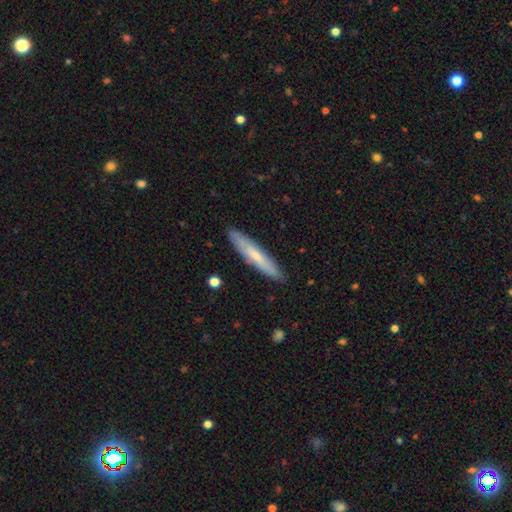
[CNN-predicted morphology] Smooth or featured?
  - smooth: 62% *
  - featured or disk: 32%
  - star or artifact: 6%
How rounded?
  - cigar-shaped: 91% *
  - in between: 7%
  - round: 1%
Merging?
  - none: 90% *
  - minor disturbance: 8%
  - major disturbance: 1%
  - merger: 1%